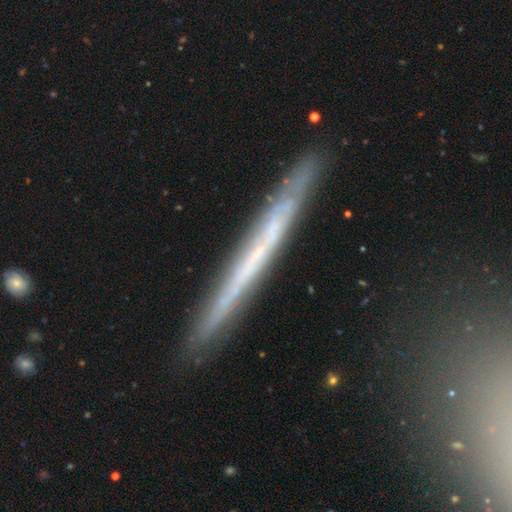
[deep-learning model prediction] Smooth or featured?
  - featured or disk: 63% *
  - smooth: 30%
  - star or artifact: 7%
Edge-on disk?
  - yes: 92% *
  - no: 8%
Edge-on bulge?
  - none: 91% *
  - rounded: 6%
  - boxy: 3%
Merging?
  - none: 86% *
  - minor disturbance: 10%
  - major disturbance: 2%
  - merger: 2%